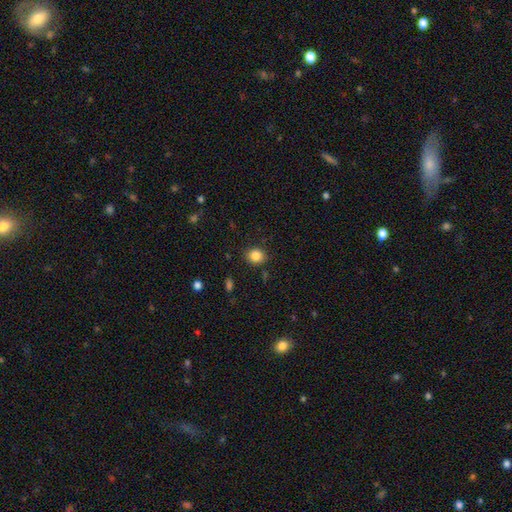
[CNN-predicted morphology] Smooth or featured? Predicted: smooth (p=0.85). How rounded? Predicted: round (p=0.78). Merging? Predicted: none (p=0.88).